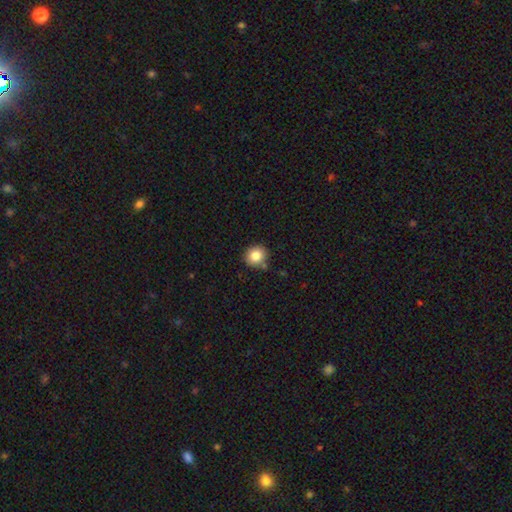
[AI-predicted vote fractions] Morphology: type=smooth (83%); roundness=round (84%); merging=none (80%).